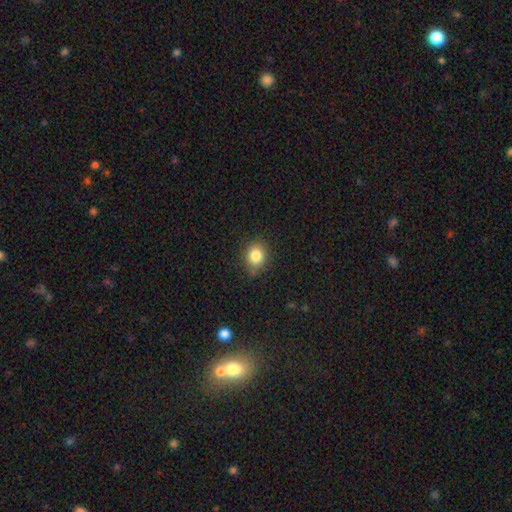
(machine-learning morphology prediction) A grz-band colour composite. It shows a smooth galaxy with no disk features (84%) that is round (66%). Merging: none (80%).